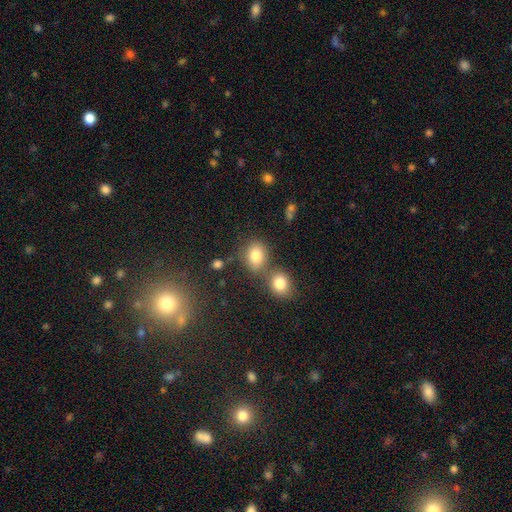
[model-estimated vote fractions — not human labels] Smooth or featured?
  - smooth: 81% *
  - star or artifact: 12%
  - featured or disk: 8%
How rounded?
  - round: 54% *
  - in between: 45%
  - cigar-shaped: 1%
Merging?
  - none: 57% *
  - merger: 28%
  - minor disturbance: 11%
  - major disturbance: 4%